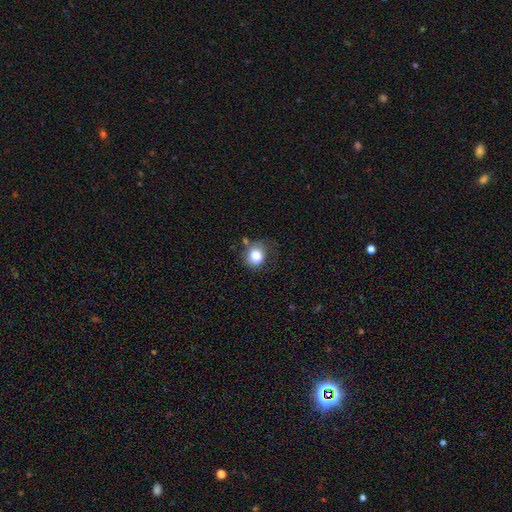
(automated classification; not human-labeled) The model was most divided on "merging": none: 60%, minor disturbance: 24%, major disturbance: 10%, merger: 7%. More confident: smooth or featured — smooth (81%); how rounded — round (68%).